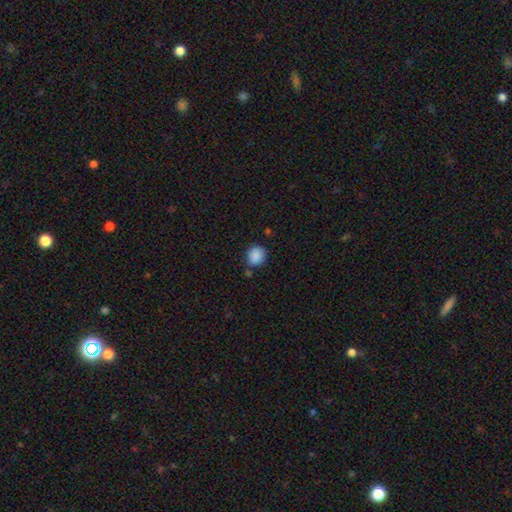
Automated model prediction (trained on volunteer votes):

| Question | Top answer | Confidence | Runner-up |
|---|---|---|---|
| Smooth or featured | smooth | 88% | star or artifact (9%) |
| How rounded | round | 78% | in between (21%) |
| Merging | none | 75% | minor disturbance (15%) |